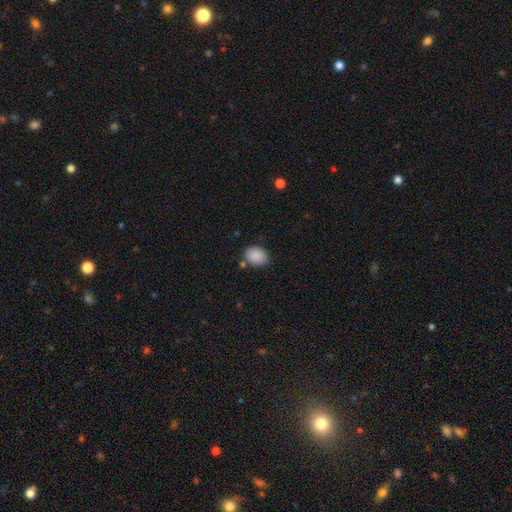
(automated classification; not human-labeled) smooth 89%, star or artifact 8%, featured or disk 4%. Down the decision tree: how rounded — in between (53%); merging — none (77%).